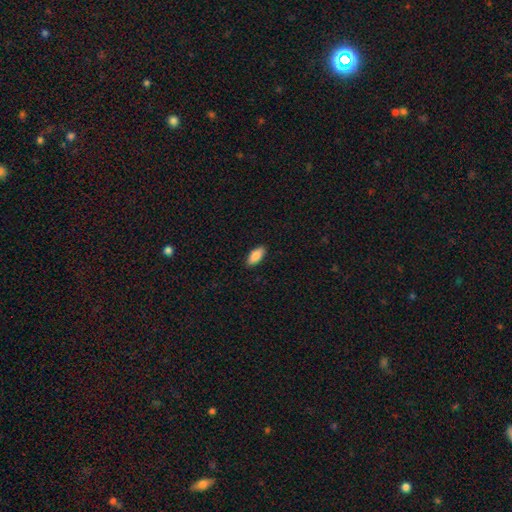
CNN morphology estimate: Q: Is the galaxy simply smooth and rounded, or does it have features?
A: smooth — 87%.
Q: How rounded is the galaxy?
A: in between — 86%.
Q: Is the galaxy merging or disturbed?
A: none — 90%.